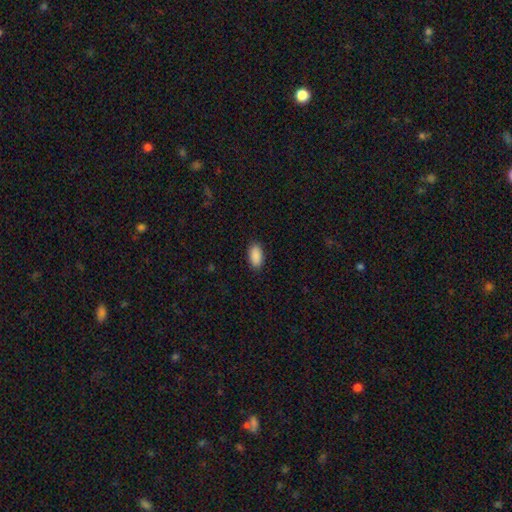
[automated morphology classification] smooth-or-featured: smooth: 90% | star or artifact: 7% | featured or disk: 3%
  how-rounded: in between: 93% | cigar-shaped: 4% | round: 3%
  merging: none: 89% | minor disturbance: 8% | major disturbance: 2% | merger: 1%